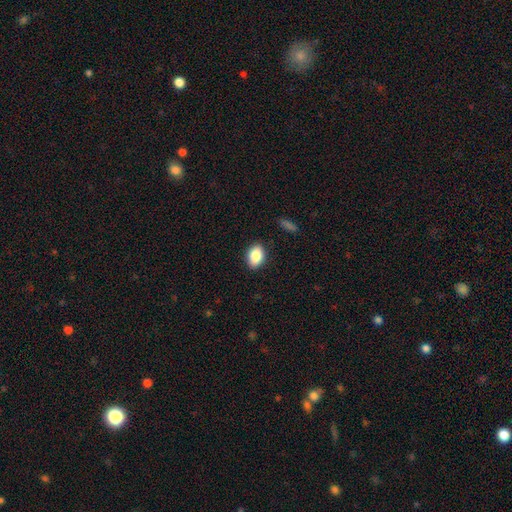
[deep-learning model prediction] Smooth or featured: smooth — 86% (star or artifact — 8%)
How rounded: in between — 81% (round — 18%)
Merging: none — 88% (minor disturbance — 9%)